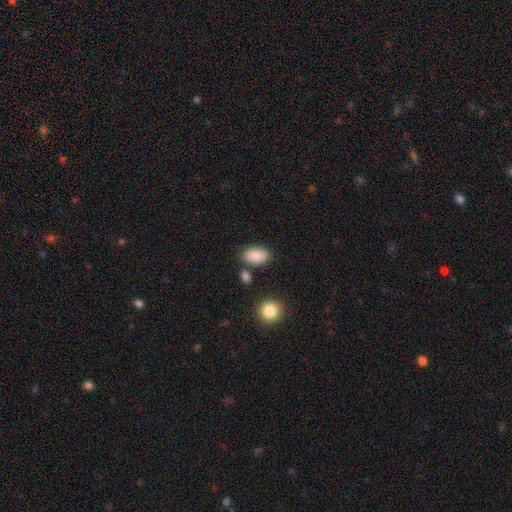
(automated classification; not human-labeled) smooth-or-featured: smooth: 89% | star or artifact: 7% | featured or disk: 4%
  how-rounded: in between: 92% | round: 6% | cigar-shaped: 2%
  merging: none: 78% | minor disturbance: 11% | merger: 7% | major disturbance: 3%